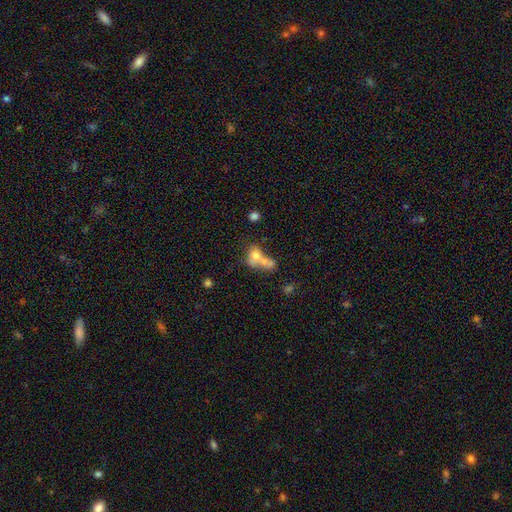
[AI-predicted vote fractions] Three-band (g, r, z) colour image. It shows a smooth galaxy with no disk features (61%) that is in between round and cigar-shaped (50%). Merging: merger (63%).